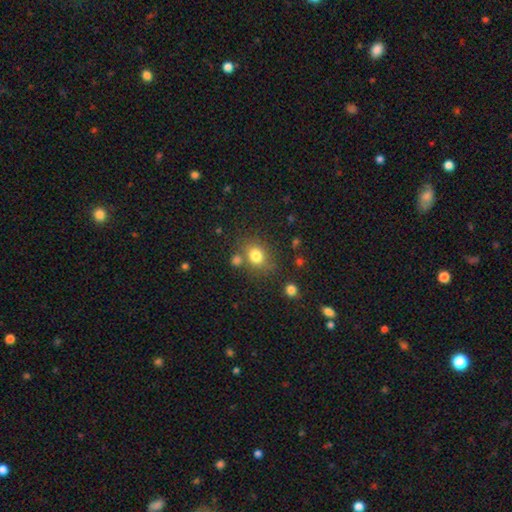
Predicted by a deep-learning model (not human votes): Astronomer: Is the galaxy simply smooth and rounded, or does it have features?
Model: smooth — 79%.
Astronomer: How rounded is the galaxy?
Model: round — 64%.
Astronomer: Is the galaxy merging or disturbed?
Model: none — 69%.